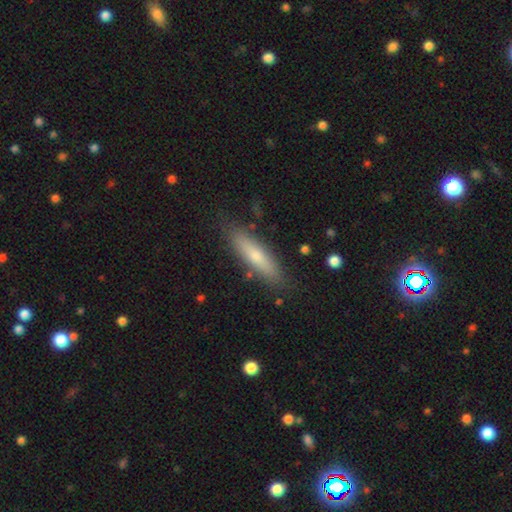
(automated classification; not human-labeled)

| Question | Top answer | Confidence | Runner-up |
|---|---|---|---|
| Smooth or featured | smooth | 64% | featured or disk (30%) |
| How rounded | cigar-shaped | 75% | in between (23%) |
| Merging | none | 83% | minor disturbance (12%) |